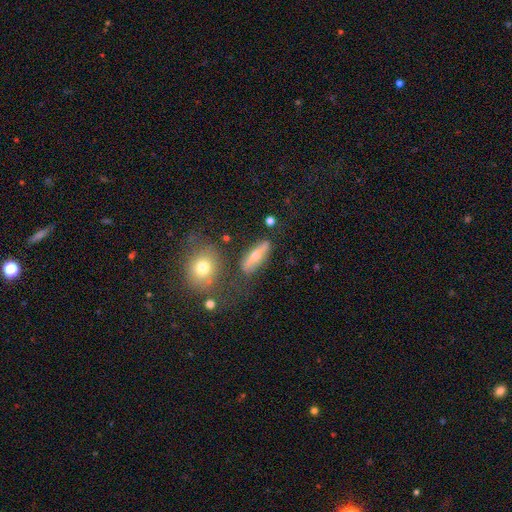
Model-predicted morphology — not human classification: type=smooth (47%); merging=none (71%).